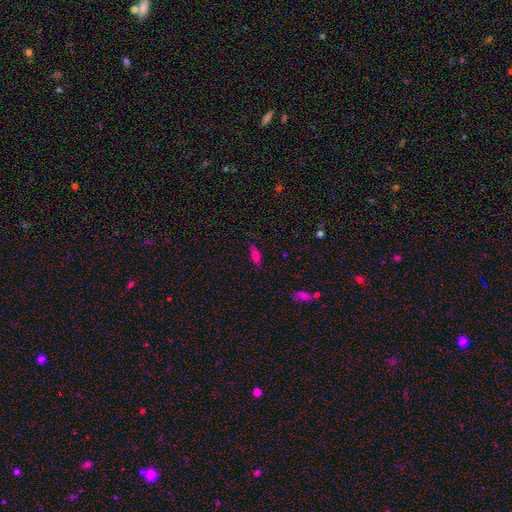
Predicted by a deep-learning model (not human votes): This appears to be a smooth galaxy with no disk features (72%) that is in between round and cigar-shaped (61%). Merging: none (77%).